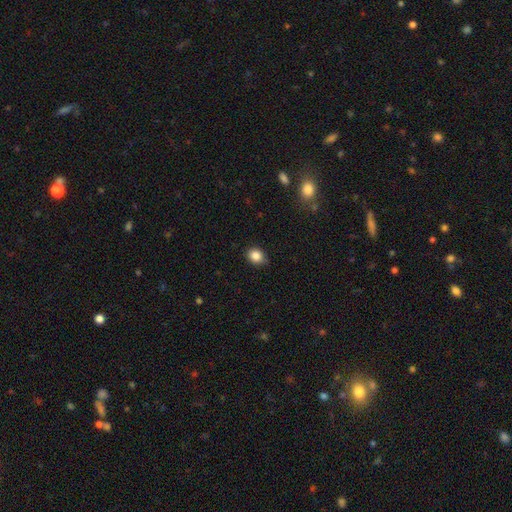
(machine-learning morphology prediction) Q: Smooth or featured?
A: smooth (86%); runner-up: star or artifact (10%)
Q: How rounded?
A: round (60%); runner-up: in between (39%)
Q: Merging?
A: none (83%); runner-up: minor disturbance (14%)